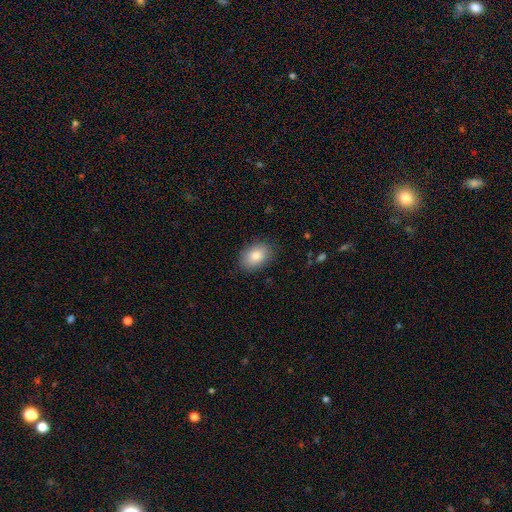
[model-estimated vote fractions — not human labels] Smooth or featured: smooth — 84% (featured or disk — 9%)
How rounded: in between — 85% (round — 14%)
Merging: none — 87% (minor disturbance — 10%)